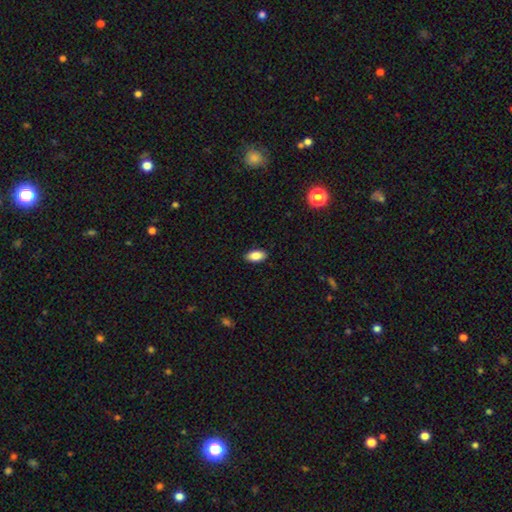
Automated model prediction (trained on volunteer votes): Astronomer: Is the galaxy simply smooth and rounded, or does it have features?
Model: smooth — 87%.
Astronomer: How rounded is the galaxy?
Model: in between — 92%.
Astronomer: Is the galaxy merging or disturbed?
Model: none — 89%.